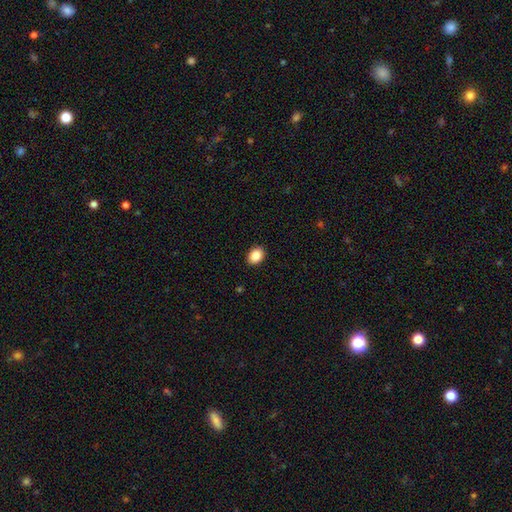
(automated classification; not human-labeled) Morphology: type=smooth (88%); roundness=in between (70%); merging=none (91%).